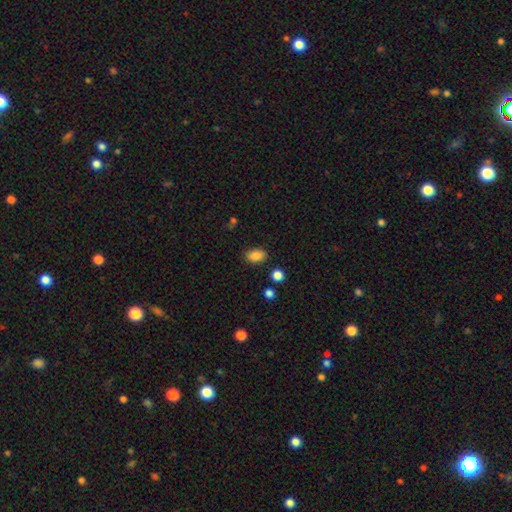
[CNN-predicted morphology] smooth 86%, star or artifact 9%, featured or disk 5%. Down the decision tree: how rounded — in between (86%); merging — none (84%).